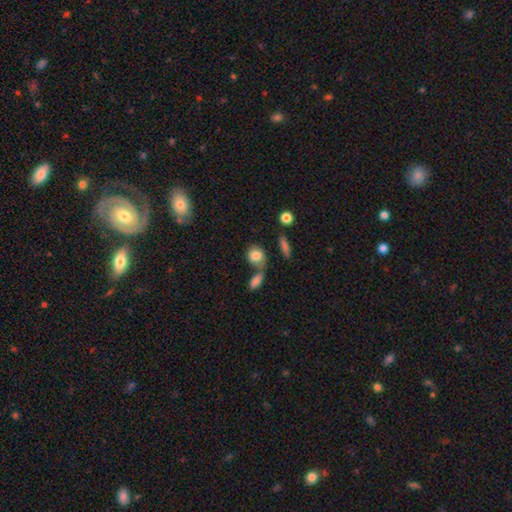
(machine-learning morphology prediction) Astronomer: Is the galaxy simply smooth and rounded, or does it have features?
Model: smooth — 81%.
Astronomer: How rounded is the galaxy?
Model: round — 57% (runner-up: in between, 39%).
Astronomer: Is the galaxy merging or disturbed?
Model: none — 48% (runner-up: merger, 30%).